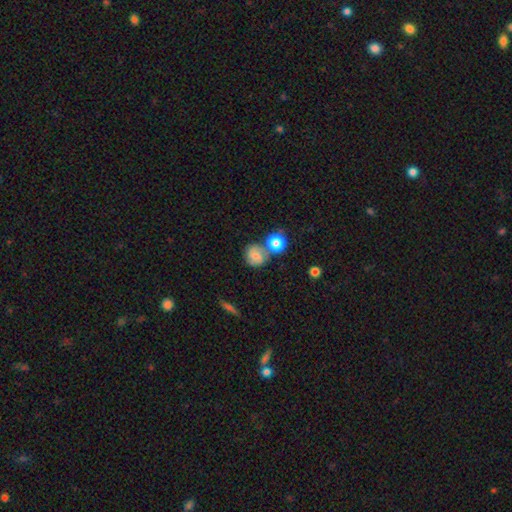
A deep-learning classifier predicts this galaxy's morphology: Smooth or featured? smooth (53%)
How rounded? round (81%)
Merging? none (57%)